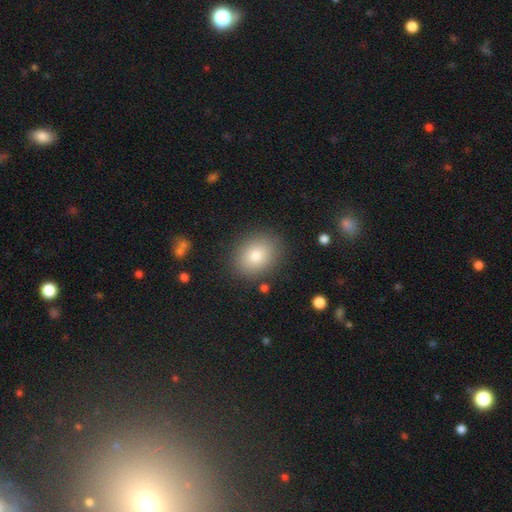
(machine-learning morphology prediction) Smooth or featured? smooth (79%)
How rounded? in between (53%)
Merging? none (86%)